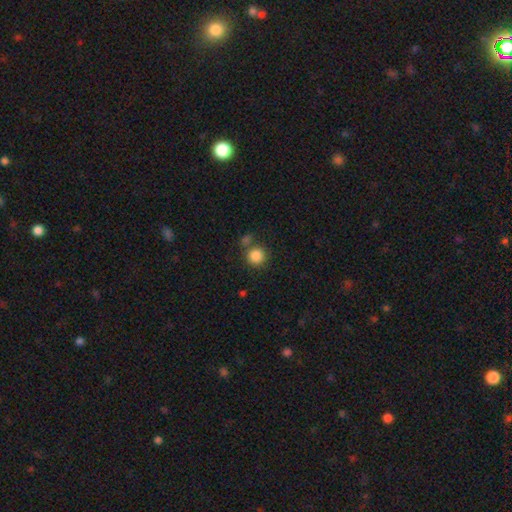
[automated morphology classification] A smooth galaxy with no disk features (86%) that is round (93%).

Vote fractions:
- Smooth or featured? smooth: 86% / star or artifact: 10% / featured or disk: 4%
- How rounded? round: 93% / in between: 6% / cigar-shaped: 1%
- Merging? none: 70% / merger: 17% / minor disturbance: 9% / major disturbance: 4%